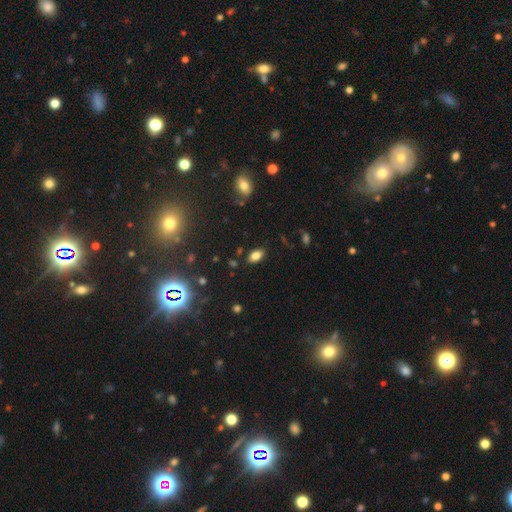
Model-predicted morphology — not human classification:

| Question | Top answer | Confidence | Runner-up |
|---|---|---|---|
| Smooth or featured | smooth | 80% | star or artifact (12%) |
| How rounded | in between | 91% | round (6%) |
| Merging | none | 85% | minor disturbance (10%) |